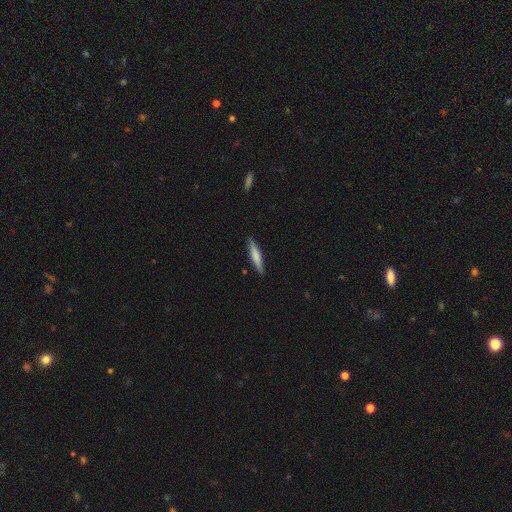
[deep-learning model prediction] Q: Smooth or featured?
A: smooth (65%); runner-up: featured or disk (30%)
Q: How rounded?
A: cigar-shaped (90%); runner-up: in between (9%)
Q: Merging?
A: none (90%); runner-up: minor disturbance (7%)